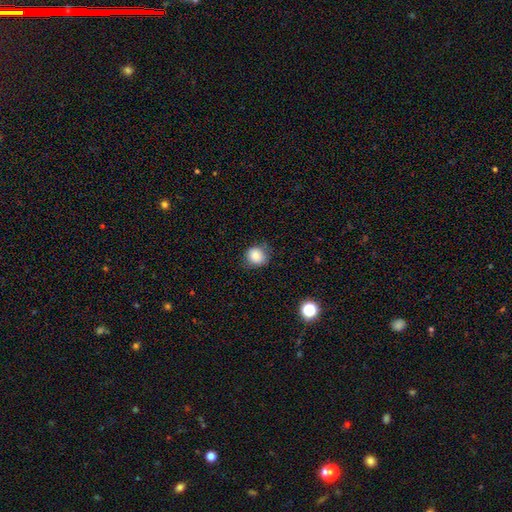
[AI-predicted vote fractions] smooth-or-featured: smooth: 82% | star or artifact: 10% | featured or disk: 7%
  how-rounded: round: 82% | in between: 17% | cigar-shaped: 1%
  merging: none: 76% | minor disturbance: 18% | major disturbance: 4% | merger: 1%